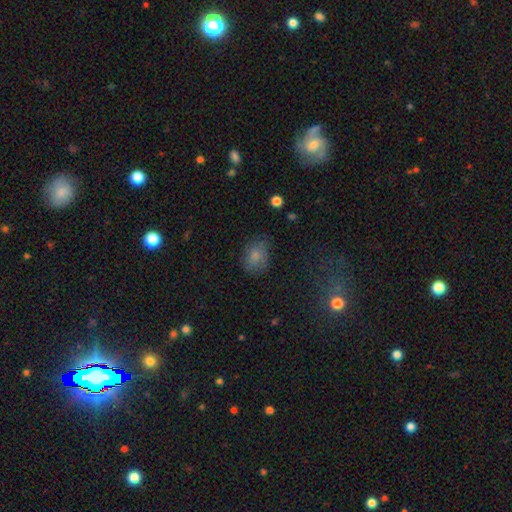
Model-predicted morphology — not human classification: The model was most divided on "how rounded": in between: 70%, round: 29%, cigar-shaped: 1%. More confident: smooth or featured — smooth (77%); merging — none (68%).